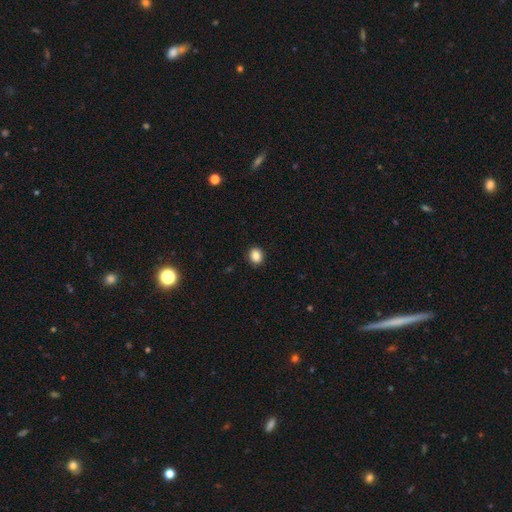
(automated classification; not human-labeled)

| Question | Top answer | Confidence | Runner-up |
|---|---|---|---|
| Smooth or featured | smooth | 87% | star or artifact (9%) |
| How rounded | round | 59% | in between (40%) |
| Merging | none | 91% | minor disturbance (6%) |